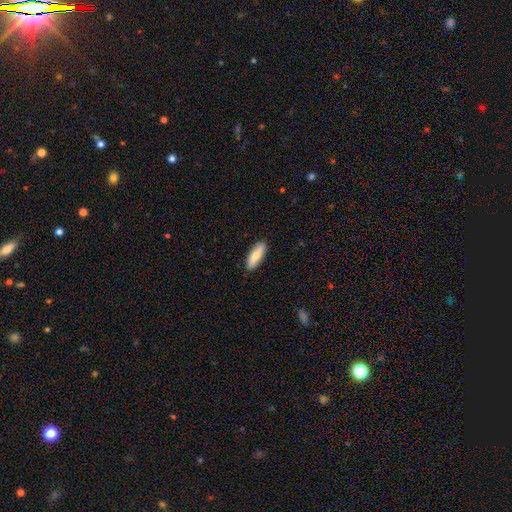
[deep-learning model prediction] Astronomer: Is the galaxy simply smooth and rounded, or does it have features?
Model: smooth — 75%.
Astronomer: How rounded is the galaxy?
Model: in between — 54% (runner-up: cigar-shaped, 43%).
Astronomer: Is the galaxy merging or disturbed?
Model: none — 89%.